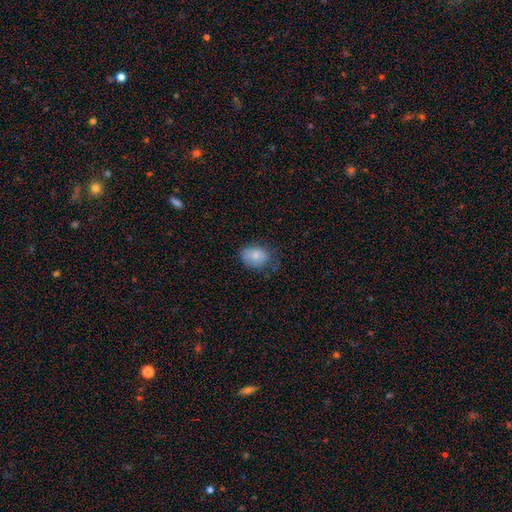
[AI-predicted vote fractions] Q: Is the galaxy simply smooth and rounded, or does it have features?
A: smooth — 81%.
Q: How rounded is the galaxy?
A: in between — 72%.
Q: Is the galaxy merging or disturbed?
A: none — 59%.